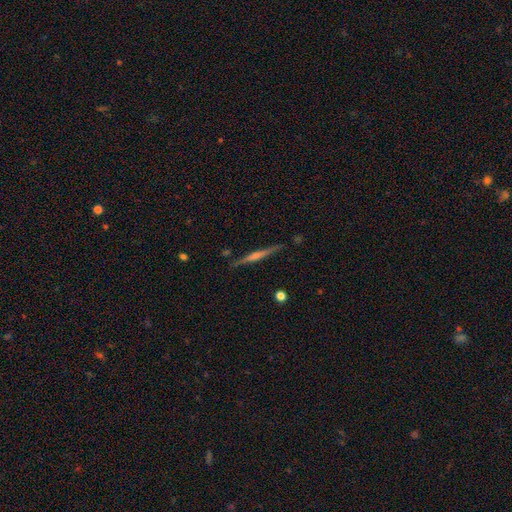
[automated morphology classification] featured or disk 75%, smooth 17%, star or artifact 7%. Down the decision tree: edge-on disk — yes (98%); edge-on bulge — rounded (65%); merging — none (89%).